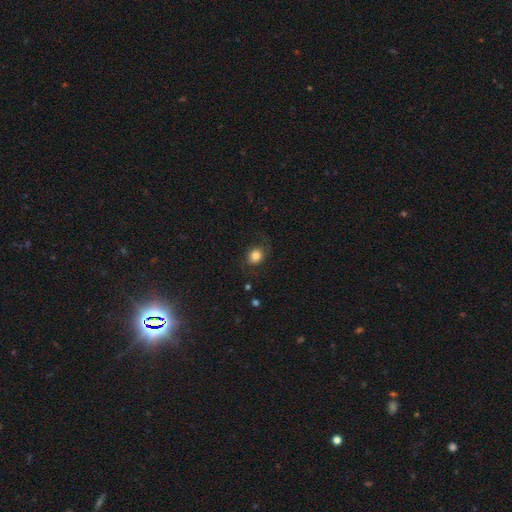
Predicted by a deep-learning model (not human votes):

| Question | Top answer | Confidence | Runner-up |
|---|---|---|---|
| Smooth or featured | smooth | 80% | star or artifact (10%) |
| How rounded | round | 58% | in between (41%) |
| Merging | none | 76% | minor disturbance (16%) |